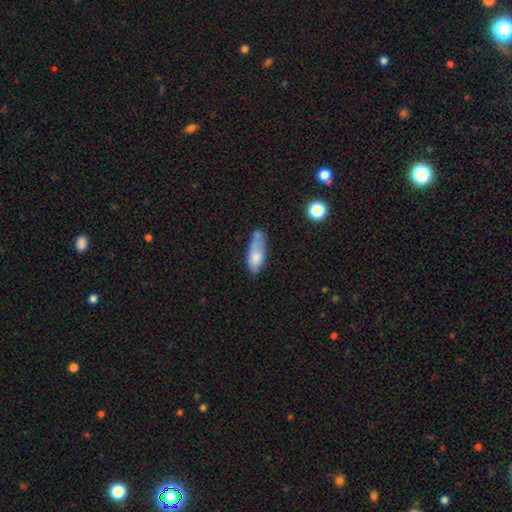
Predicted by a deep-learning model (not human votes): smooth-or-featured: smooth: 74% | featured or disk: 19% | star or artifact: 8%
  how-rounded: in between: 66% | cigar-shaped: 31% | round: 3%
  merging: none: 39% | minor disturbance: 34% | merger: 14% | major disturbance: 13%